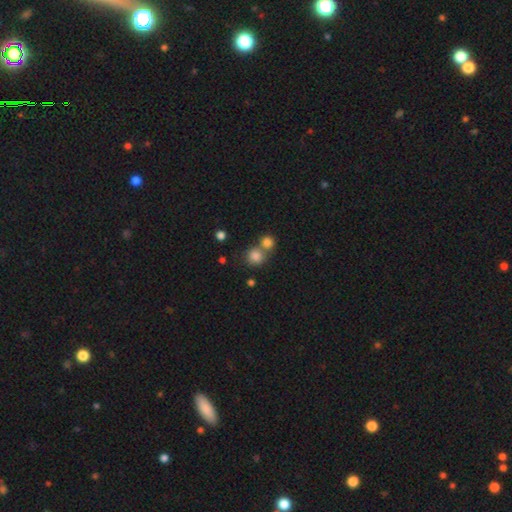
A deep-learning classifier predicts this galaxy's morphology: The model was most divided on "merging": none: 50%, merger: 40%, minor disturbance: 7%, major disturbance: 3%. More confident: how rounded — round (85%); smooth or featured — smooth (82%).